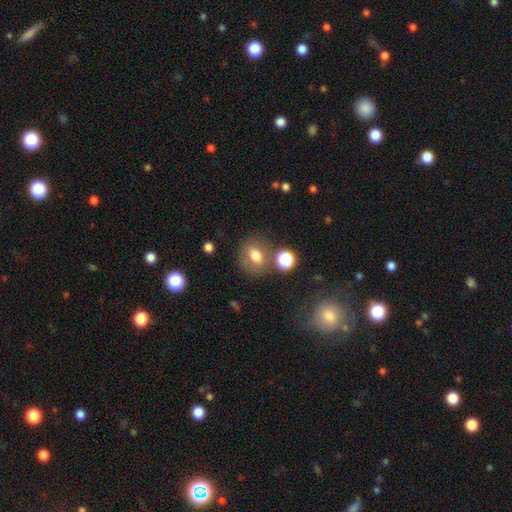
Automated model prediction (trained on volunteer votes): This is likely a smooth galaxy (69%). How rounded: possibly in between (50%). Merging: likely none (68%).